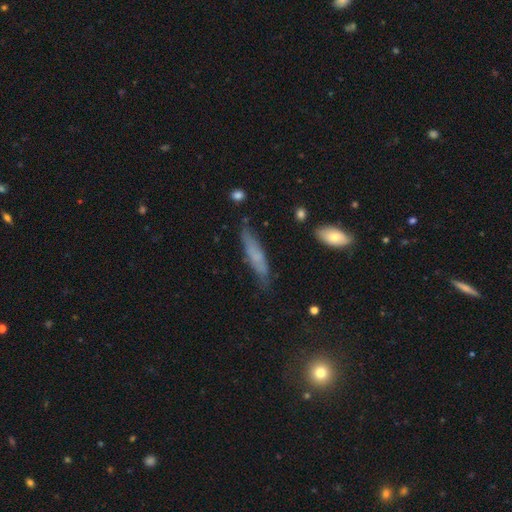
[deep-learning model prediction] Overall: smooth (55%; featured or disk 36%). How rounded: cigar-shaped (79%). Merging: none (67%).